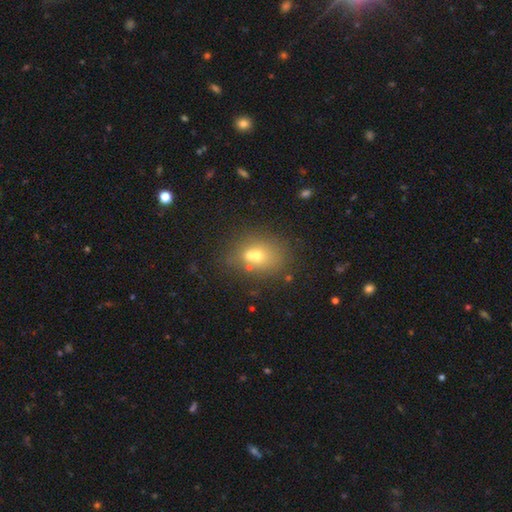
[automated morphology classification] The model was most divided on "merging": none: 44%, merger: 42%, minor disturbance: 9%, major disturbance: 5%. More confident: smooth or featured — smooth (59%); how rounded — round (59%).